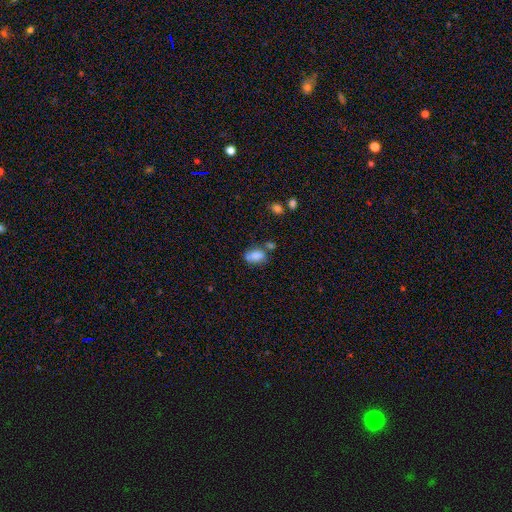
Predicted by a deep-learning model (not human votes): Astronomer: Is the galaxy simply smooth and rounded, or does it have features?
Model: smooth — 80%.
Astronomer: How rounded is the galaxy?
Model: in between — 86%.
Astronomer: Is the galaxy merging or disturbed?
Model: none — 48% (runner-up: minor disturbance, 23%).